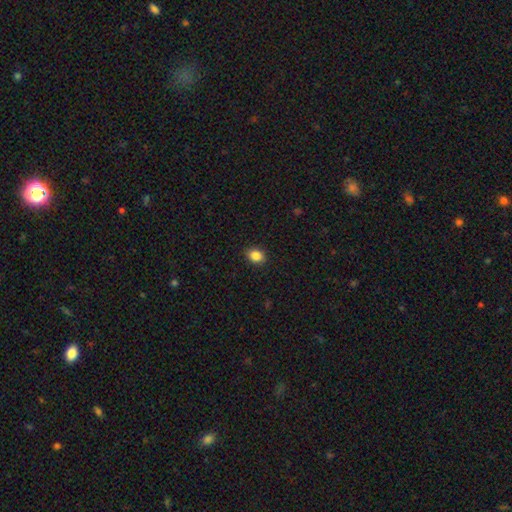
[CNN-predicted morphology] type=smooth (86%); roundness=in between (58%); merging=none (89%).